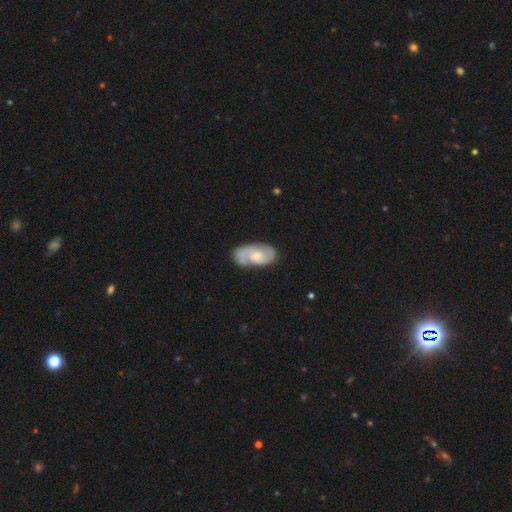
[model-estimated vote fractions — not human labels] Smooth or featured: featured or disk — 71% (smooth — 23%)
Edge-on disk: no — 96% (yes — 4%)
Bar: no — 65% (weak — 30%)
Spiral arms: yes — 90% (no — 10%)
Spiral winding: medium — 46% (tight — 36%)
Spiral arm count: 2 — 79% (can't tell — 10%)
Bulge size: small — 44% (moderate — 43%)
Merging: none — 62% (minor disturbance — 21%)